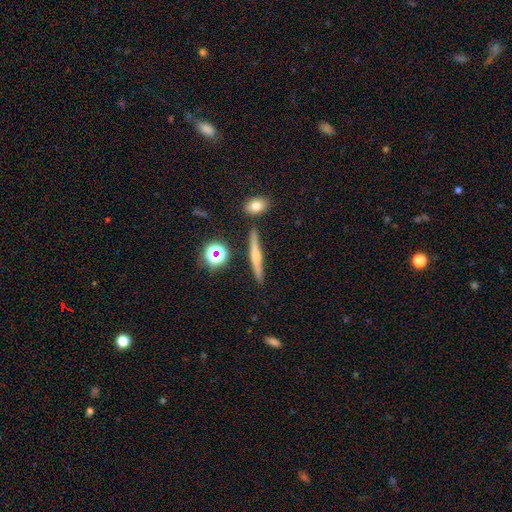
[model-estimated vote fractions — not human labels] Q: Smooth or featured?
A: featured or disk (49%); runner-up: smooth (39%)
Q: Merging?
A: none (85%); runner-up: minor disturbance (9%)